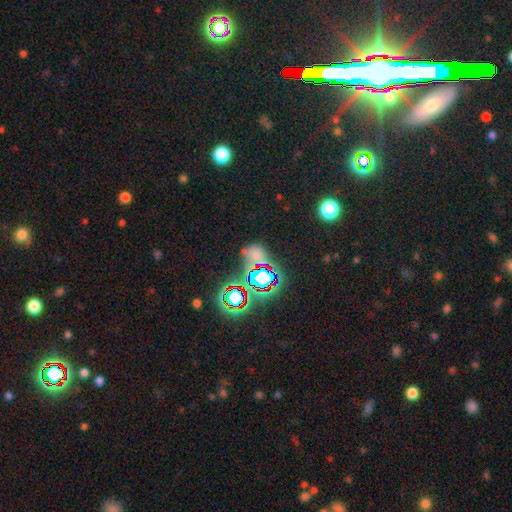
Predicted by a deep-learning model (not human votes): This appears to be a star or artifact, not a galaxy (50%).